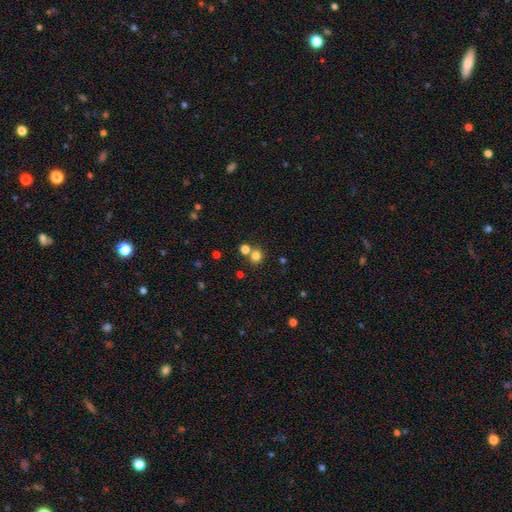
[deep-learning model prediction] A smooth galaxy with no disk features (78%) that is round (86%).

Vote fractions:
- Smooth or featured? smooth: 78% / star or artifact: 15% / featured or disk: 6%
- How rounded? round: 86% / in between: 13% / cigar-shaped: 1%
- Merging? none: 63% / merger: 28% / minor disturbance: 7% / major disturbance: 3%